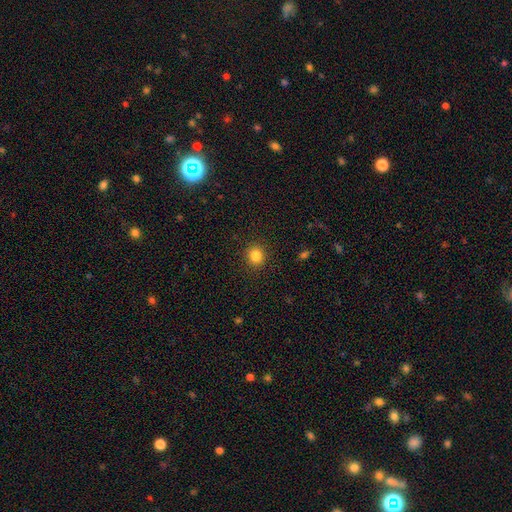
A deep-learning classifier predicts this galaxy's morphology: Q: Smooth or featured?
A: smooth (84%); runner-up: star or artifact (11%)
Q: How rounded?
A: round (84%); runner-up: in between (15%)
Q: Merging?
A: none (90%); runner-up: minor disturbance (6%)